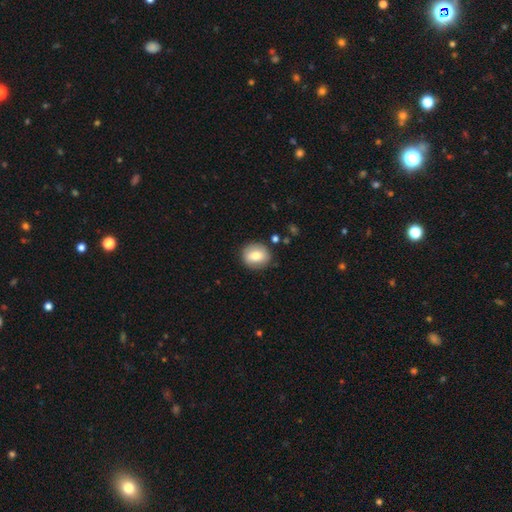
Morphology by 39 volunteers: Q: Smooth or featured?
A: smooth (82%); runner-up: star or artifact (10%)
Q: How rounded?
A: round (72%); runner-up: in between (25%)
Q: Merging?
A: none (91%); runner-up: minor disturbance (9%)